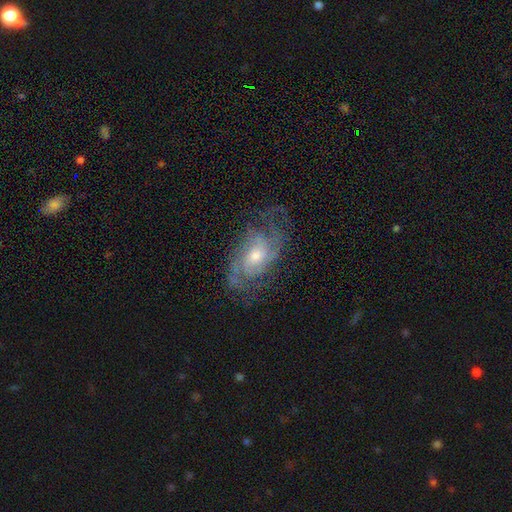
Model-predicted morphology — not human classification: This appears to be a featured or disk galaxy (83%) with no bar (68%), tight (46%) spiral arms (93%) and a moderate central bulge (56%). Merging: none (64%).